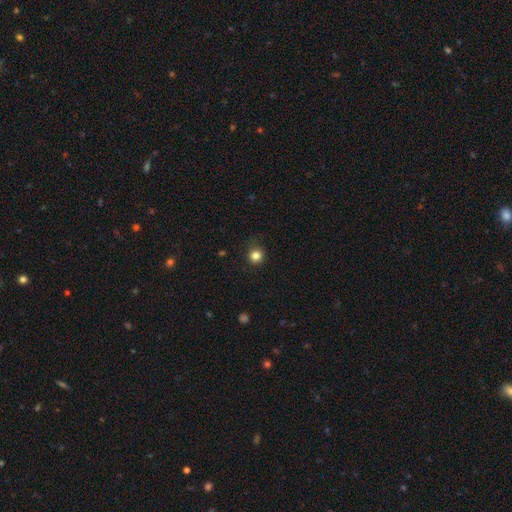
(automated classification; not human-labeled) A smooth galaxy with no disk features (83%) that is round (91%).

Vote fractions:
- Smooth or featured? smooth: 83% / star or artifact: 13% / featured or disk: 4%
- How rounded? round: 91% / in between: 8% / cigar-shaped: 1%
- Merging? none: 84% / minor disturbance: 11% / major disturbance: 3% / merger: 1%